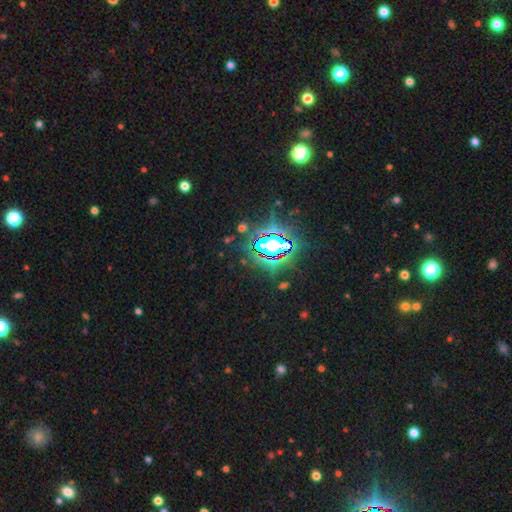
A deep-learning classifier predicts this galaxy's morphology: This is clearly a star or artifact rather than a galaxy (85%).